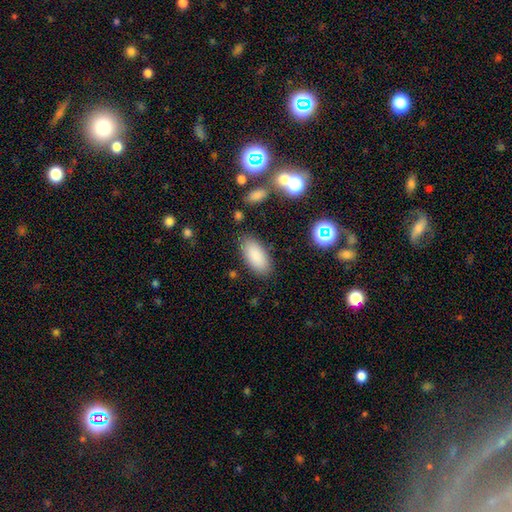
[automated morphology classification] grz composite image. It shows a smooth galaxy with no disk features (87%) that is in between round and cigar-shaped (91%). Merging: none (84%).